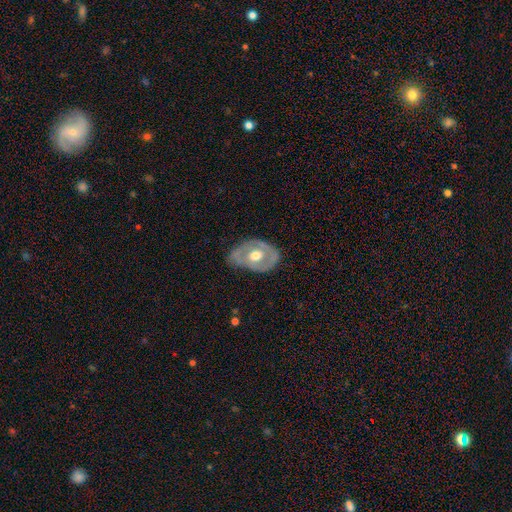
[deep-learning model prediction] featured or disk 62%, smooth 33%, star or artifact 5%. Down the decision tree: edge-on disk — no (92%); bar — no (79%); spiral arms — no (71%); bulge size — moderate (75%); merging — none (63%).